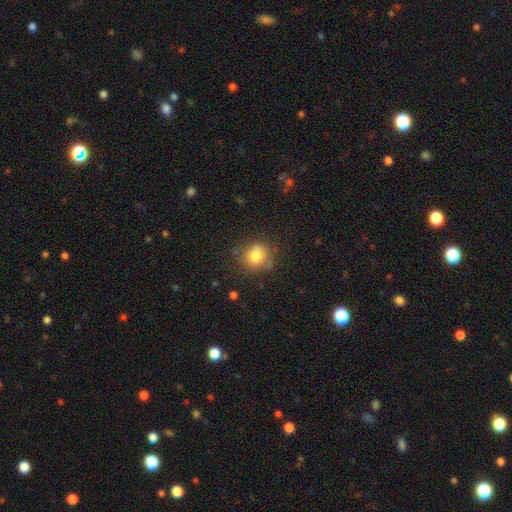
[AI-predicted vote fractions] Q: Smooth or featured?
A: smooth (80%); runner-up: star or artifact (11%)
Q: How rounded?
A: round (84%); runner-up: in between (15%)
Q: Merging?
A: none (74%); runner-up: minor disturbance (17%)